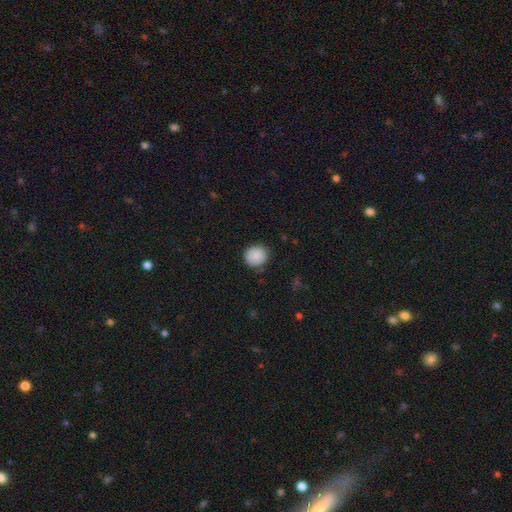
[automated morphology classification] A smooth galaxy with no disk features (88%) that is round (88%). Merging: none (85%).